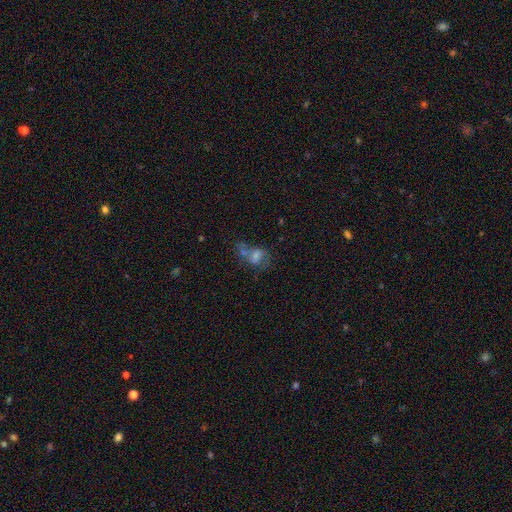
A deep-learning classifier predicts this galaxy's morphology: This appears to be a featured or disk galaxy (41%). Merging: merger (33%).